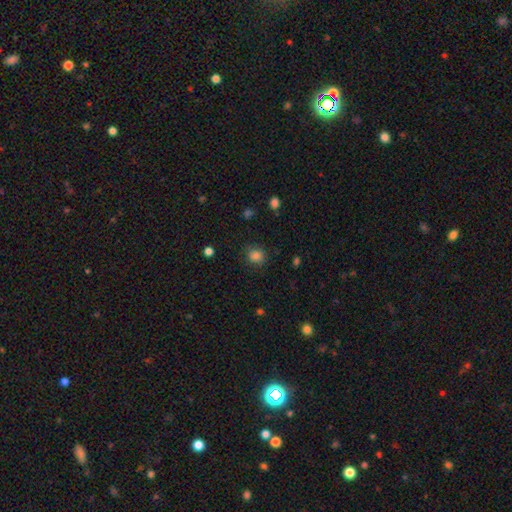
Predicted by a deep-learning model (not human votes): Overall: smooth (83%). How rounded: round (75%). Merging: none (82%).